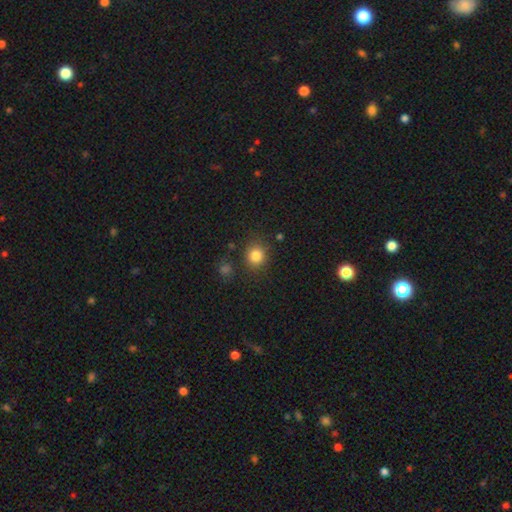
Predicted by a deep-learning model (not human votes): smooth 83%, star or artifact 12%, featured or disk 6%. Down the decision tree: how rounded — round (83%); merging — none (81%).